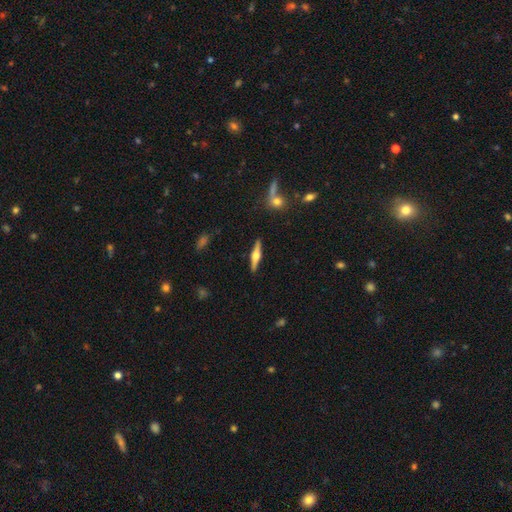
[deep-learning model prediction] Smooth or featured? featured or disk (70%)
Edge-on disk? yes (97%)
Edge-on bulge? rounded (92%)
Merging? none (90%)